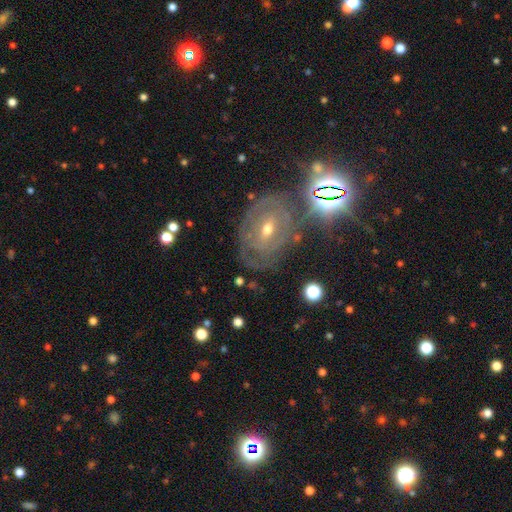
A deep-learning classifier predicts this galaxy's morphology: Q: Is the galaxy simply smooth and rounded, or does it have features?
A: featured or disk — 73%.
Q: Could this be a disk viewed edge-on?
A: no — 94%.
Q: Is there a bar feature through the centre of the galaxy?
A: weak — 45%.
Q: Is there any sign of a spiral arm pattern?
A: yes — 86%.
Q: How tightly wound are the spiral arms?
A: tight — 75%.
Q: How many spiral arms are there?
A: can't tell — 51%.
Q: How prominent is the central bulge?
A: small — 54%.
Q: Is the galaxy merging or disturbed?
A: none — 71%.